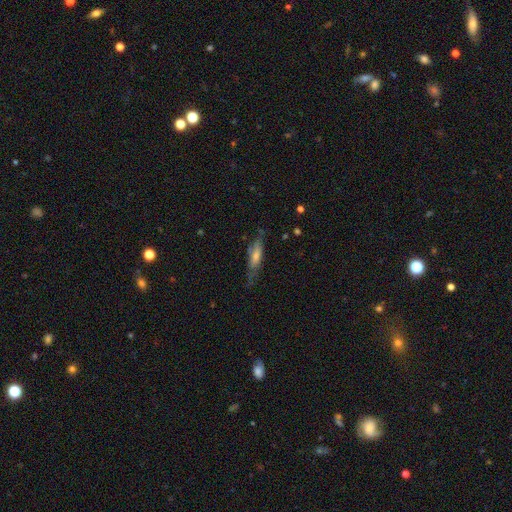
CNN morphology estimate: smooth_or_featured: featured or disk (p=0.51) [alt: smooth p=0.40]
disk_edge_on: yes (p=0.63) [alt: no p=0.37]
merging: none (p=0.64) [alt: minor disturbance p=0.24]